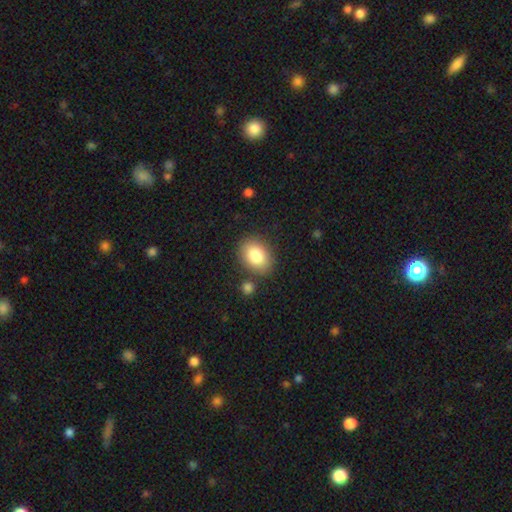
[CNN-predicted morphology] The model was most divided on "how rounded": in between: 70%, round: 29%, cigar-shaped: 1%. More confident: smooth or featured — smooth (83%); merging — none (80%).